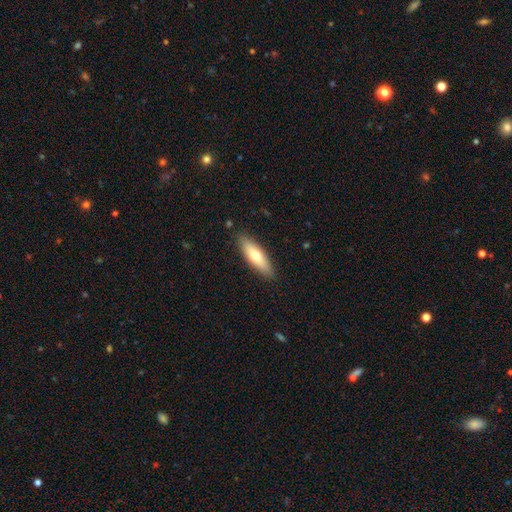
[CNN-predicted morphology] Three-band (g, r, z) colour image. It shows a smooth galaxy with no disk features (66%) that is cigar-shaped (56%). Merging: none (88%).